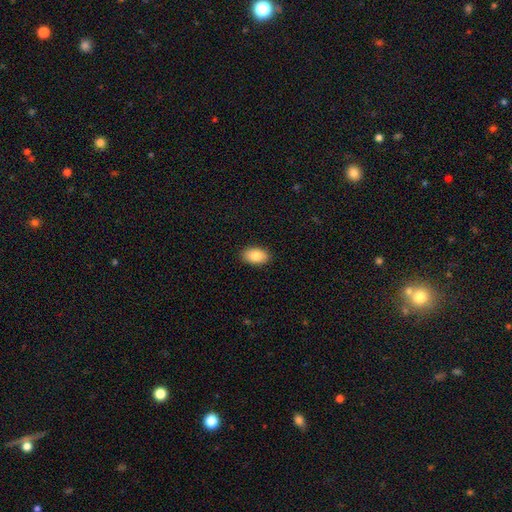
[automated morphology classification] The model was most divided on "smooth or featured": smooth: 87%, star or artifact: 7%, featured or disk: 6%. More confident: how rounded — in between (92%); merging — none (89%).